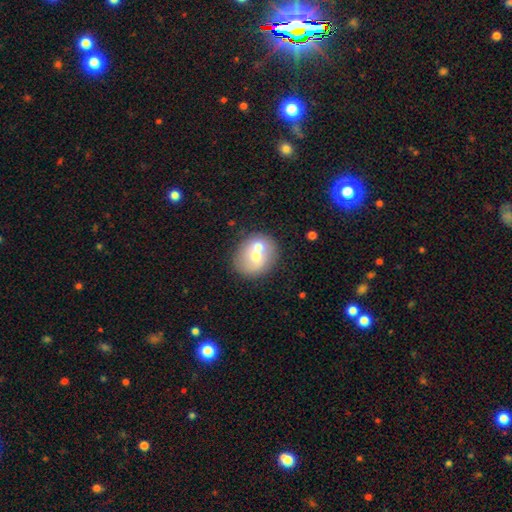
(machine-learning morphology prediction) Smooth or featured: smooth — 59% (featured or disk — 33%)
How rounded: round — 69% (in between — 30%)
Merging: none — 43% (tied with merger — 43%)